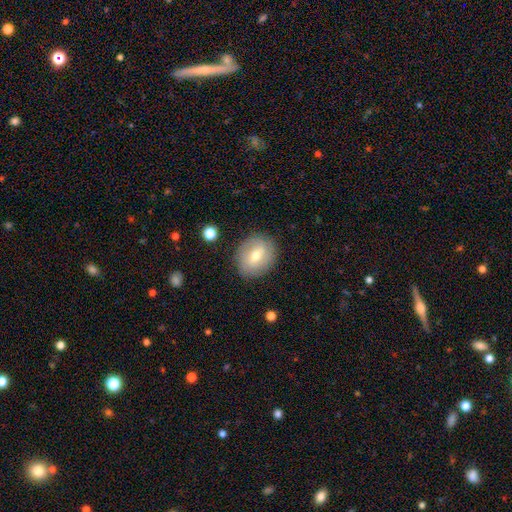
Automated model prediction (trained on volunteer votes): A smooth galaxy with no disk features (51%) that is round (64%).

Vote fractions:
- Smooth or featured? smooth: 51% / featured or disk: 40% / star or artifact: 9%
- How rounded? round: 64% / in between: 35% / cigar-shaped: 1%
- Merging? none: 83% / minor disturbance: 12% / major disturbance: 4% / merger: 1%